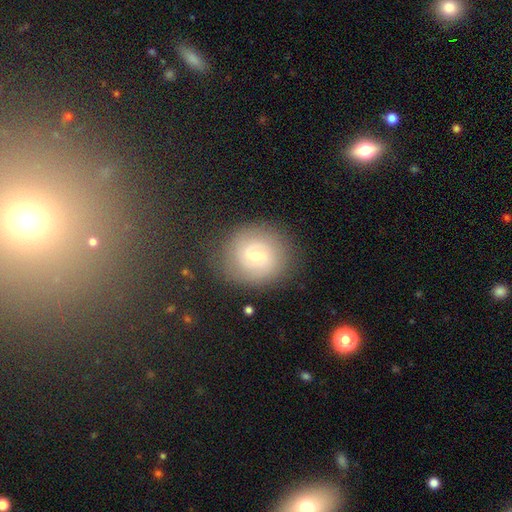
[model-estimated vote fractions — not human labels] This is possibly a featured or disk galaxy (53%). It is clearly not viewed edge-on (97%). Bar: possibly weak (50%). Spiral arm pattern: clearly yes (80%). Central bulge: possibly small (60%). Merging: clearly none (81%).